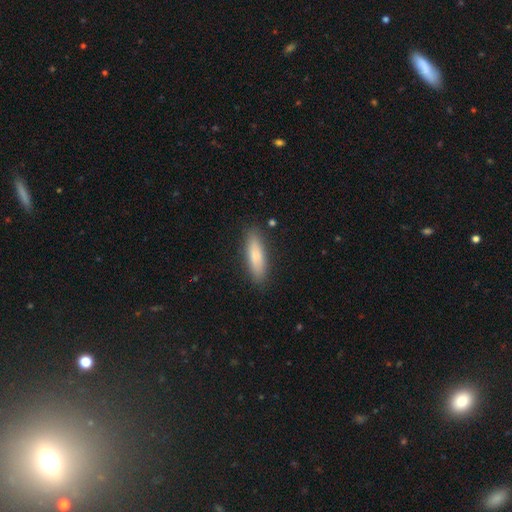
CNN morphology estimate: smooth_or_featured: smooth (p=0.80) [alt: featured or disk p=0.14]
how_rounded: cigar-shaped (p=0.67) [alt: in between p=0.31]
merging: none (p=0.86) [alt: minor disturbance p=0.10]